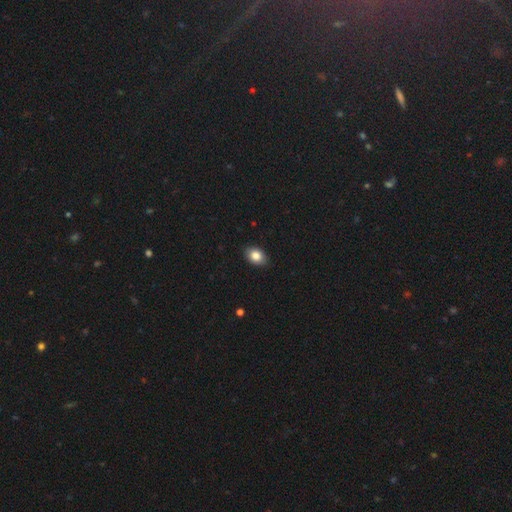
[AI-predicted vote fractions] This is clearly a smooth galaxy (84%). How rounded: likely in between (79%). Merging: clearly none (88%).